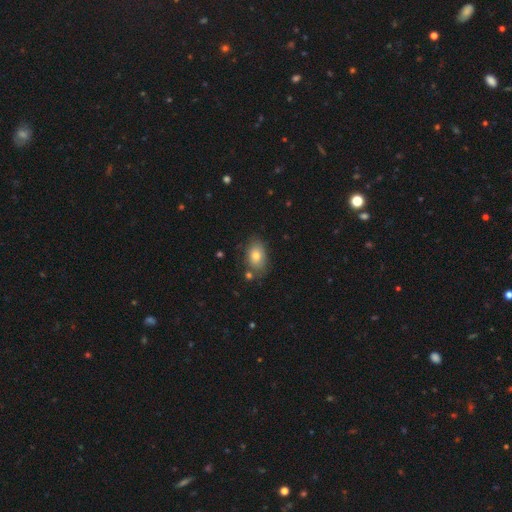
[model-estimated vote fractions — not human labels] Smooth or featured: smooth — 77% (featured or disk — 15%)
How rounded: in between — 84% (round — 14%)
Merging: none — 74% (minor disturbance — 16%)